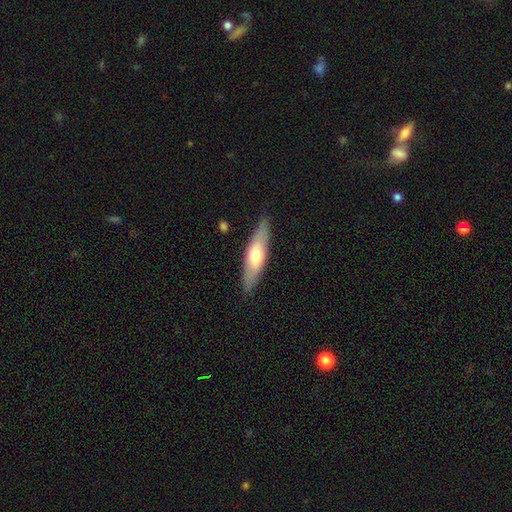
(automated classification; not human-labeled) The model was most divided on "smooth or featured": smooth: 55%, featured or disk: 40%, star or artifact: 5%. More confident: merging — none (86%); how rounded — cigar-shaped (67%).